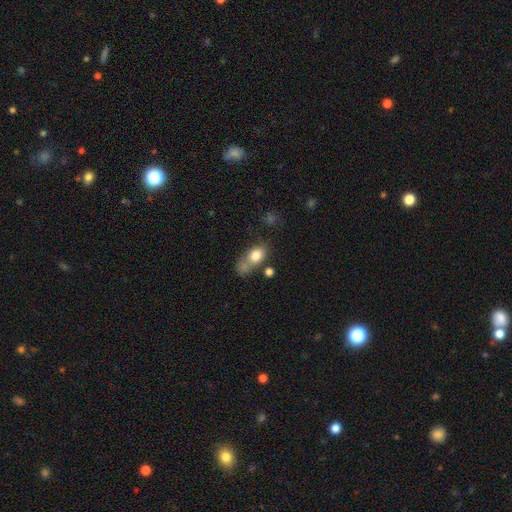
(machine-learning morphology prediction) A smooth galaxy with no disk features (77%) that is in between round and cigar-shaped (68%).

Vote fractions:
- Smooth or featured? smooth: 77% / featured or disk: 13% / star or artifact: 9%
- How rounded? in between: 68% / round: 29% / cigar-shaped: 3%
- Merging? none: 35% / merger: 34% / minor disturbance: 19% / major disturbance: 13%